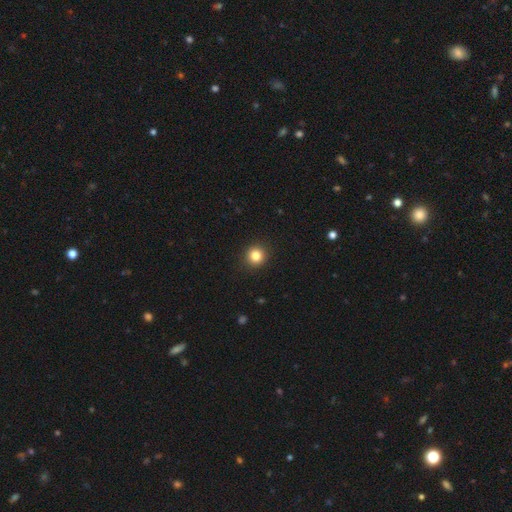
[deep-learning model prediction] Smooth or featured?
  - smooth: 83% *
  - star or artifact: 12%
  - featured or disk: 5%
How rounded?
  - round: 93% *
  - in between: 6%
  - cigar-shaped: 1%
Merging?
  - none: 92% *
  - minor disturbance: 5%
  - major disturbance: 2%
  - merger: 1%